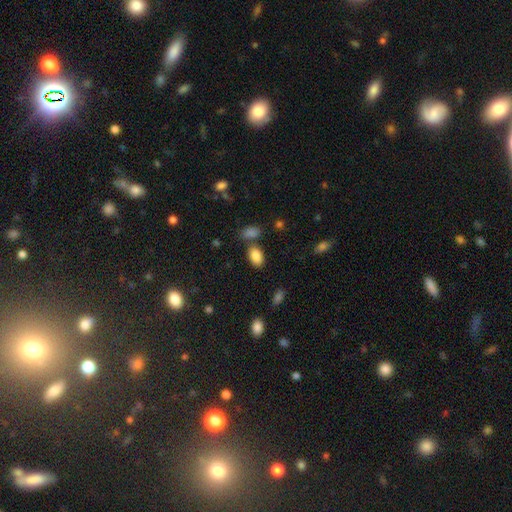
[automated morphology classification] Q: Smooth or featured?
A: smooth (87%); runner-up: star or artifact (9%)
Q: How rounded?
A: in between (91%); runner-up: round (7%)
Q: Merging?
A: none (70%); runner-up: merger (14%)